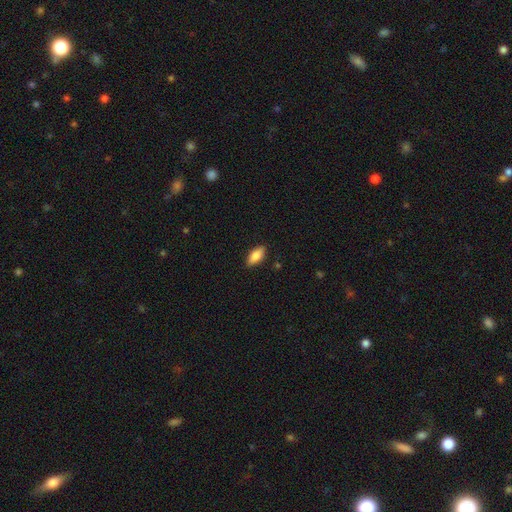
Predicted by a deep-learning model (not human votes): Morphology: type=smooth (81%); roundness=in between (84%); merging=none (88%).